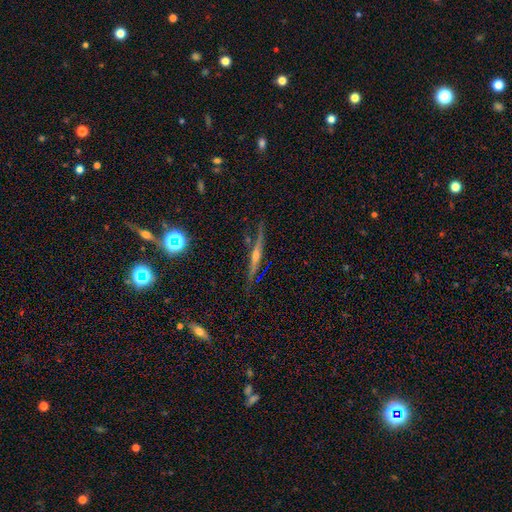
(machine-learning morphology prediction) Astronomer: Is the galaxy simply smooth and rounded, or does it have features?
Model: featured or disk — 73%.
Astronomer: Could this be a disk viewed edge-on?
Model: yes — 93%.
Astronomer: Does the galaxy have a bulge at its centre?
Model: rounded — 80%.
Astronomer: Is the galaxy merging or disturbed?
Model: none — 80%.